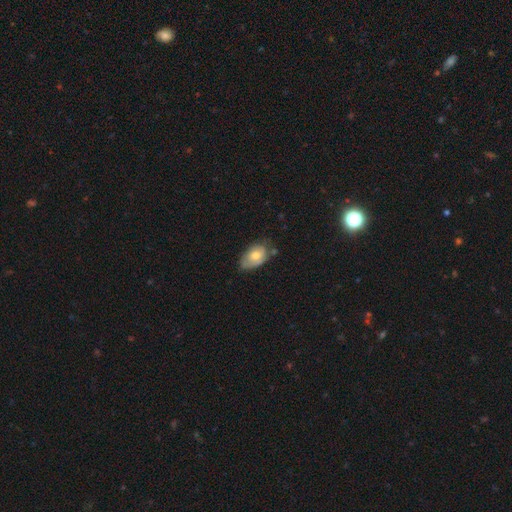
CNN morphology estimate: Smooth or featured? smooth (64%)
How rounded? in between (90%)
Merging? none (48%)